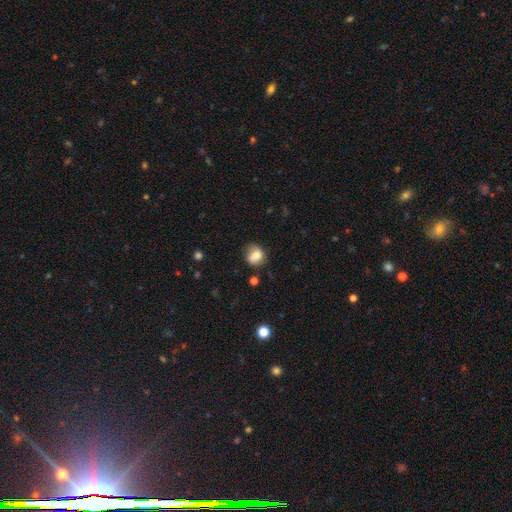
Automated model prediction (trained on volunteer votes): Smooth or featured: smooth — 70% (featured or disk — 21%)
How rounded: round — 66% (in between — 32%)
Merging: none — 65% (minor disturbance — 22%)